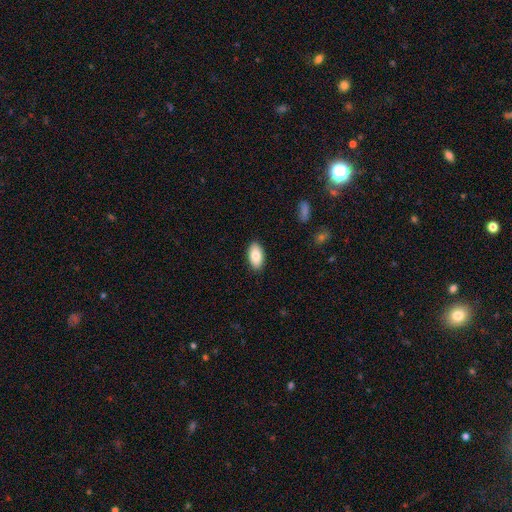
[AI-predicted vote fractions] A smooth galaxy with no disk features (83%) that is in between round and cigar-shaped (95%).

Vote fractions:
- Smooth or featured? smooth: 83% / featured or disk: 11% / star or artifact: 6%
- How rounded? in between: 95% / round: 3% / cigar-shaped: 3%
- Merging? none: 89% / minor disturbance: 8% / major disturbance: 2% / merger: 1%